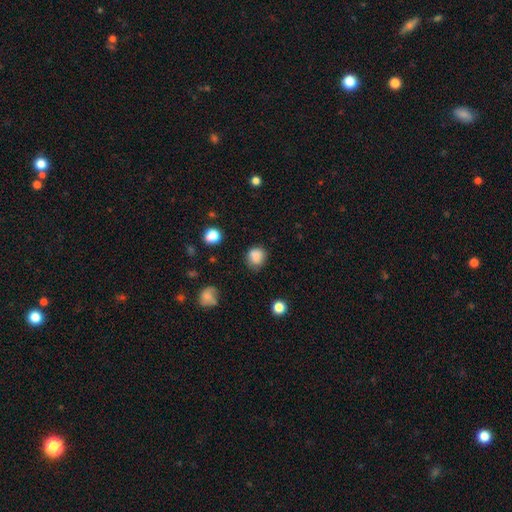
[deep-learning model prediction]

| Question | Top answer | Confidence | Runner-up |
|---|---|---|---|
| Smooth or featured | smooth | 83% | star or artifact (11%) |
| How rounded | round | 73% | in between (26%) |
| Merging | none | 71% | minor disturbance (20%) |